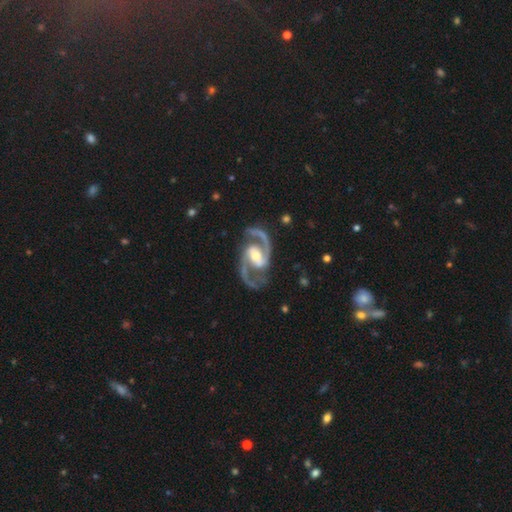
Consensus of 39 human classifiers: Smooth or featured?
  - featured or disk: 97% *
  - smooth: 3%
  - star or artifact: 0%
Edge-on disk?
  - no: 100% *
  - yes: 0%
Bar?
  - strong: 50% *
  - weak: 42%
  - no: 8%
Spiral arms?
  - yes: 95% *
  - no: 5%
Spiral winding?
  - medium: 56% *
  - loose: 36%
  - tight: 8%
Spiral arm count?
  - 2: 100% *
  - 1: 0%
  - 3: 0%
  - 4: 0%
  - more than 4: 0%
  - can't tell: 0%
Bulge size?
  - moderate: 58% *
  - small: 32%
  - large: 8%
  - none: 3%
  - dominant: 0%
Merging?
  - none: 85% *
  - minor disturbance: 10%
  - major disturbance: 5%
  - merger: 0%